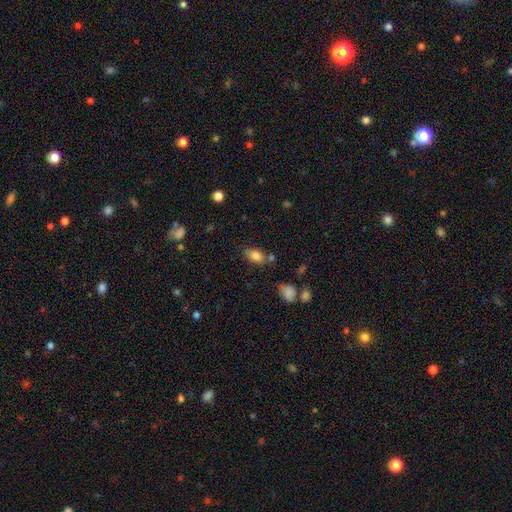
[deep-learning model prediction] Smooth or featured: smooth — 83% (star or artifact — 8%)
How rounded: in between — 91% (round — 6%)
Merging: none — 71% (minor disturbance — 16%)